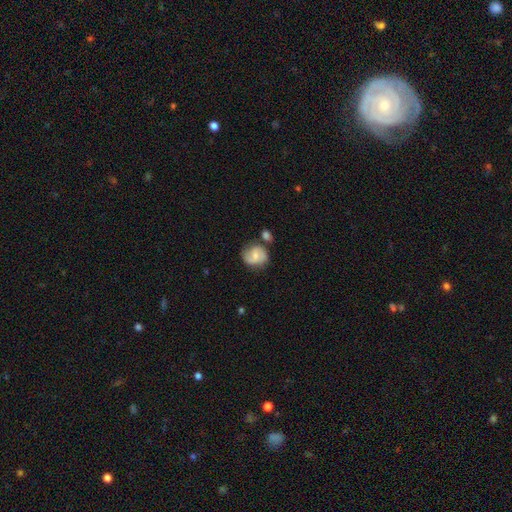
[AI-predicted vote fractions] Morphology: type=featured or disk (54%); edge-on=no (97%); bar=no (45%, tied with weak); spiral arms=yes (86%); bulge=moderate (45%, tied with small); merging=none (62%).